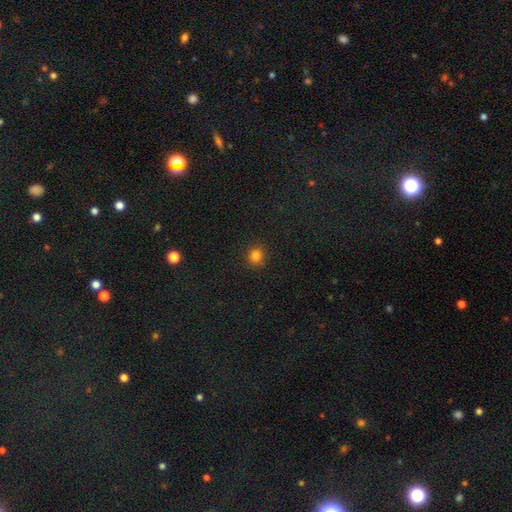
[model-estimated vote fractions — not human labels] Overall: smooth (83%). How rounded: round (88%). Merging: none (90%).